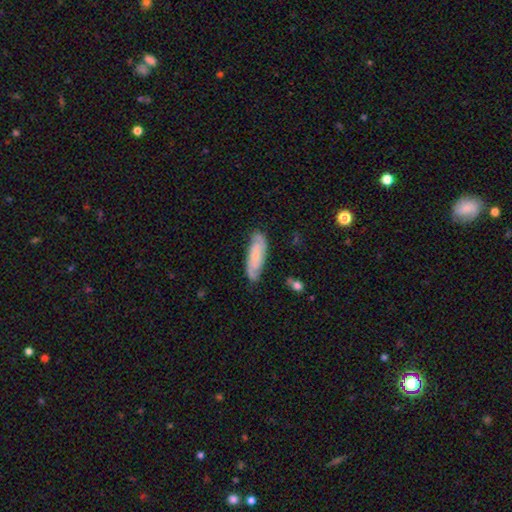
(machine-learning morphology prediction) A featured or disk galaxy (61%) with no bar (71%), spiral arms (87%) and a small central bulge (67%).

Vote fractions:
- Smooth or featured? featured or disk: 61% / smooth: 33% / star or artifact: 6%
- Edge-on disk? no: 86% / yes: 14%
- Bar? no: 71% / weak: 23% / strong: 6%
- Spiral arms? yes: 87% / no: 13%
- Bulge size? small: 67% / moderate: 27% / none: 4% / large: 2% / dominant: 1%
- Merging? none: 76% / minor disturbance: 18% / major disturbance: 4% / merger: 2%